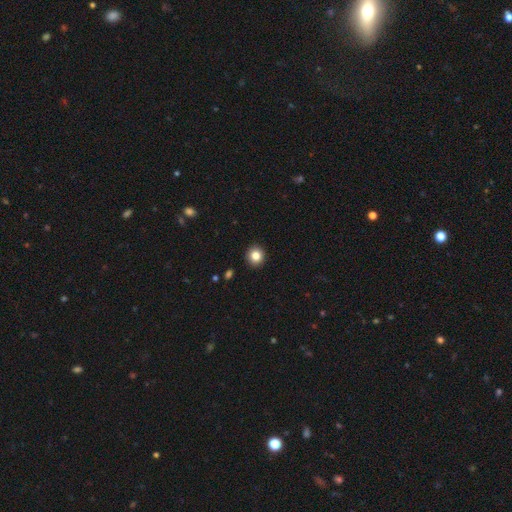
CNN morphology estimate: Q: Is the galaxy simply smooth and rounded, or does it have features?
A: smooth — 84%.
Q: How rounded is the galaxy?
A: round — 90%.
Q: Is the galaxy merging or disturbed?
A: none — 92%.